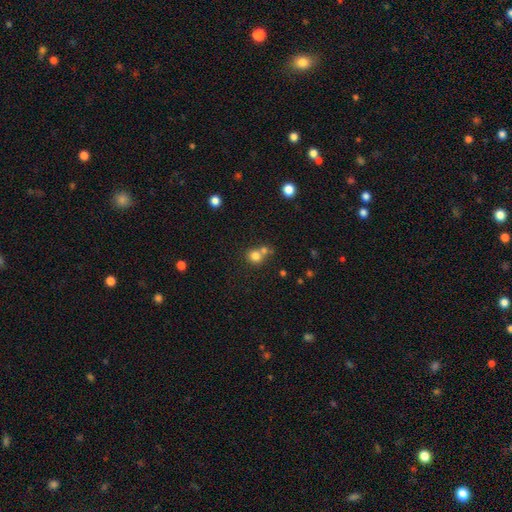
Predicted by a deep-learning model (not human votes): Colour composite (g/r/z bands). It shows a smooth galaxy with no disk features (79%) that is round (86%). Merging: none (51%).